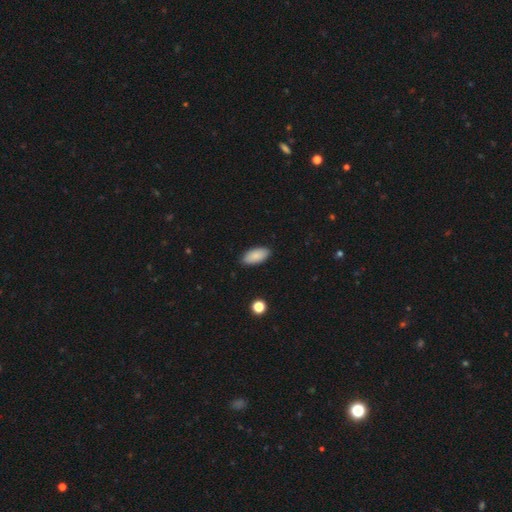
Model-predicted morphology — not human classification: Smooth or featured? Predicted: smooth (p=0.87). How rounded? Predicted: in between (p=0.92). Merging? Predicted: none (p=0.87).